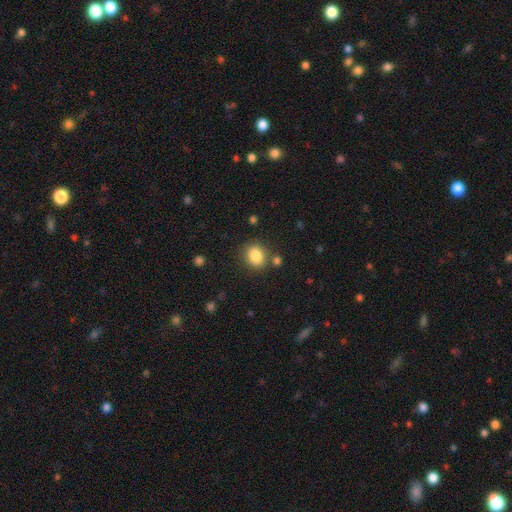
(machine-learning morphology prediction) Smooth or featured? smooth (85%)
How rounded? round (57%)
Merging? none (78%)